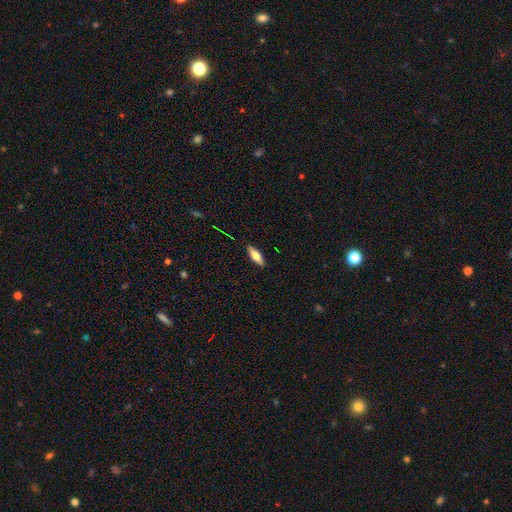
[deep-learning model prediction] Q: Smooth or featured?
A: smooth (63%); runner-up: featured or disk (30%)
Q: How rounded?
A: in between (56%); runner-up: cigar-shaped (41%)
Q: Merging?
A: none (89%); runner-up: minor disturbance (8%)